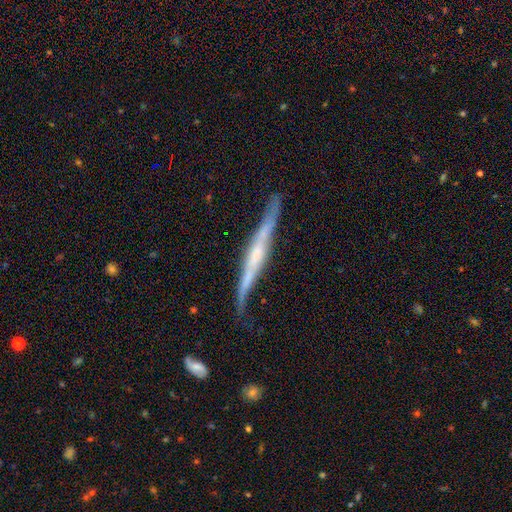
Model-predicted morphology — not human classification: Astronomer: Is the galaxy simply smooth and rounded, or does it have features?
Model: featured or disk — 74%.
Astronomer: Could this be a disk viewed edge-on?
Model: yes — 92%.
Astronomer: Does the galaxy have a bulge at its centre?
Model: rounded — 36% (runner-up: none, 35%).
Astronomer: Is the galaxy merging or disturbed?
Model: none — 65%.